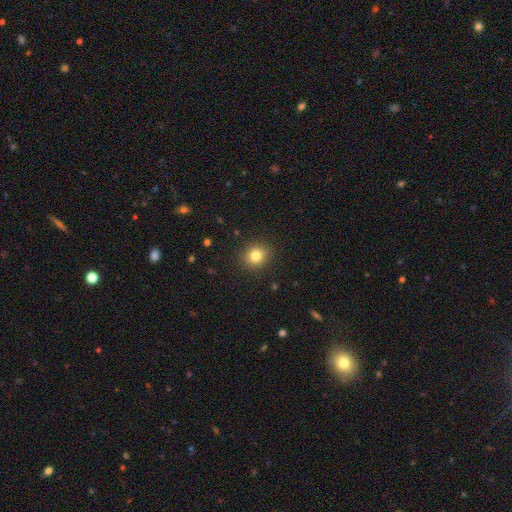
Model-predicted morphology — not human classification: Smooth or featured: smooth — 81% (star or artifact — 12%)
How rounded: round — 81% (in between — 18%)
Merging: none — 90% (minor disturbance — 7%)